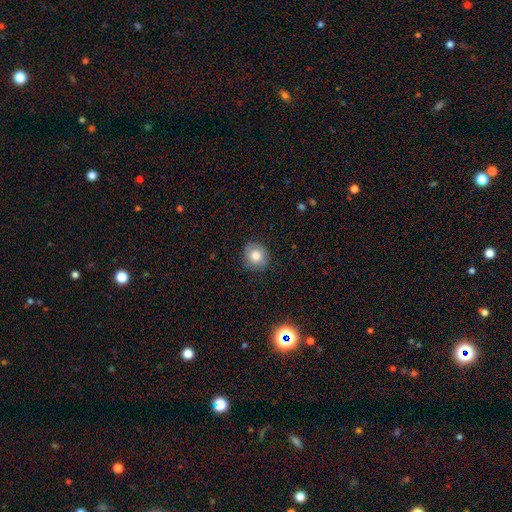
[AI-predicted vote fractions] This is clearly a smooth galaxy (81%). How rounded: clearly round (85%). Merging: clearly none (86%).